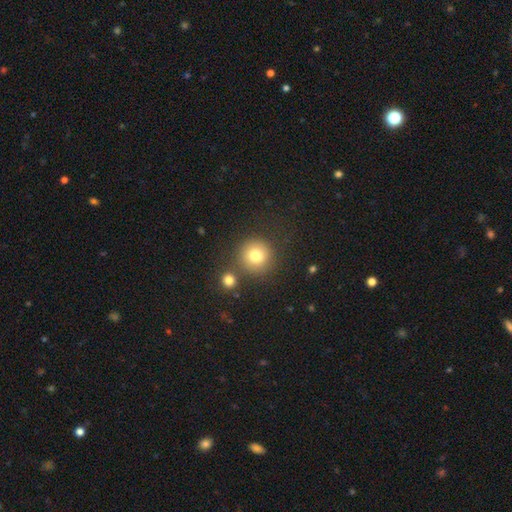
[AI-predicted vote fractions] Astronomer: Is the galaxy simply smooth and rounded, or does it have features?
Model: smooth — 79%.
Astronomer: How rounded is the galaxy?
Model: round — 93%.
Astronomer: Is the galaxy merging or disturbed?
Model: none — 76%.